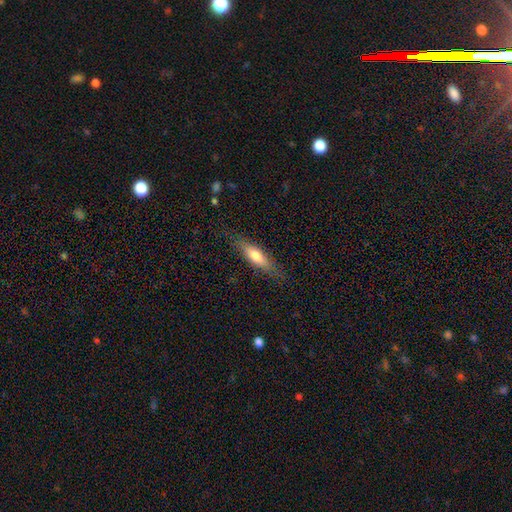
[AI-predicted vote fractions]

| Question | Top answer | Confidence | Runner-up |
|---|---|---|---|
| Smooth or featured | smooth | 67% | featured or disk (27%) |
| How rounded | cigar-shaped | 57% | in between (41%) |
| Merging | none | 80% | minor disturbance (14%) |